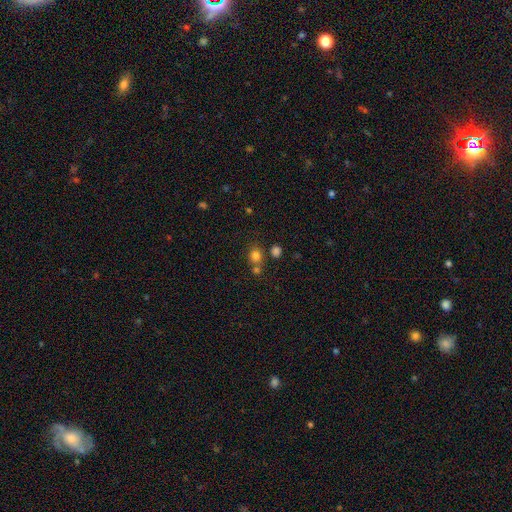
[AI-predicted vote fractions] This is likely a smooth galaxy (78%). How rounded: likely round (77%). Merging: likely none (63%).